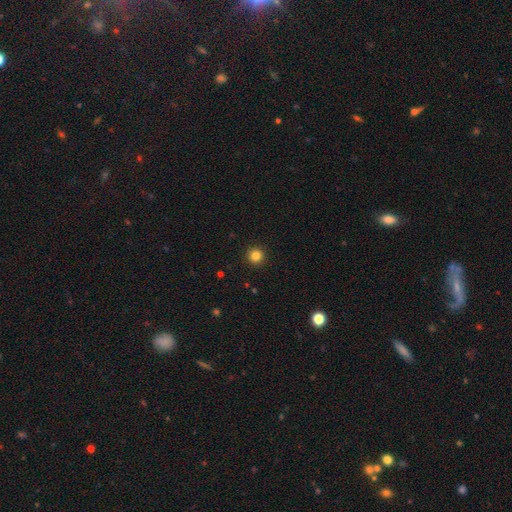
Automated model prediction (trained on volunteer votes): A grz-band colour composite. It shows a smooth galaxy with no disk features (83%) that is round (96%). Merging: none (93%).